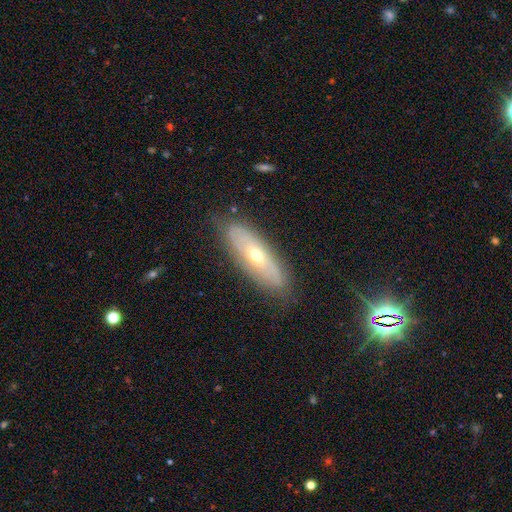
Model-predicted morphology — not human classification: smooth-or-featured: featured or disk: 55% | smooth: 39% | star or artifact: 7%
  disk-edge-on: no: 67% | yes: 33%
  merging: none: 80% | minor disturbance: 15% | major disturbance: 4% | merger: 1%